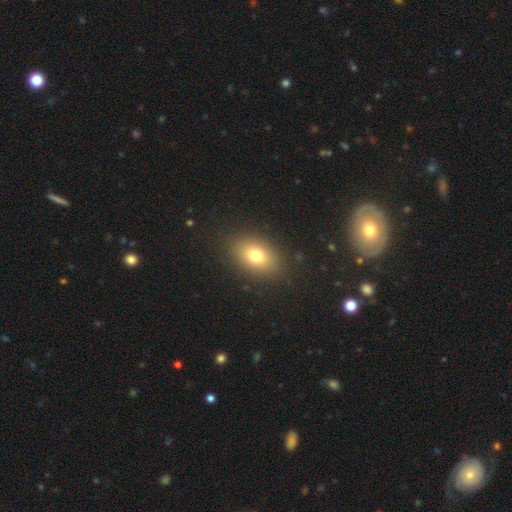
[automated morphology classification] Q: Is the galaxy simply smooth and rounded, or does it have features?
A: smooth — 76%.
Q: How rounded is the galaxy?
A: in between — 81%.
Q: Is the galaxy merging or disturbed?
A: none — 87%.